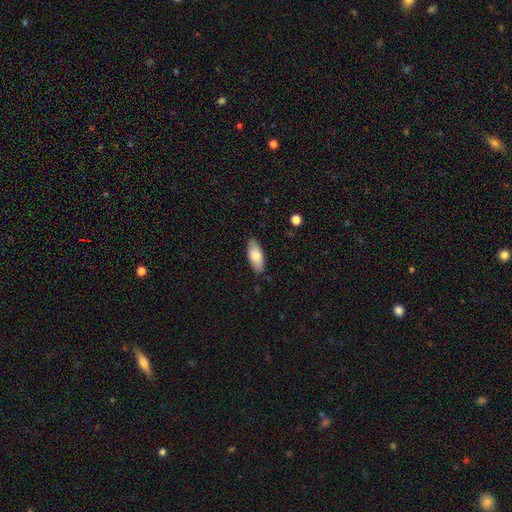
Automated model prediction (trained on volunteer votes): The model was most divided on "smooth or featured": smooth: 80%, featured or disk: 14%, star or artifact: 6%. More confident: merging — none (84%); how rounded — in between (83%).